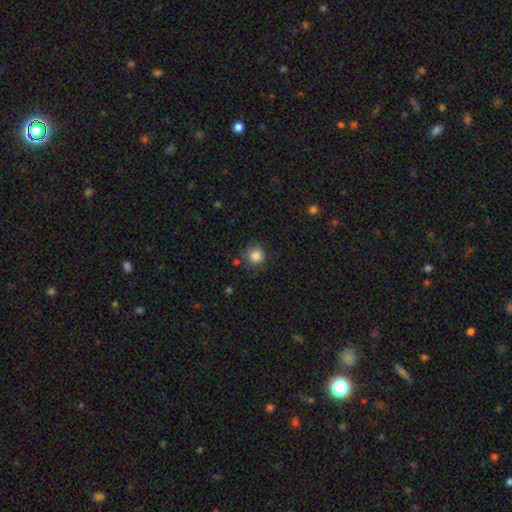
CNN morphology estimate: Smooth or featured?
  - smooth: 85% *
  - star or artifact: 11%
  - featured or disk: 4%
How rounded?
  - round: 93% *
  - in between: 6%
  - cigar-shaped: 1%
Merging?
  - none: 84% *
  - minor disturbance: 11%
  - major disturbance: 3%
  - merger: 3%